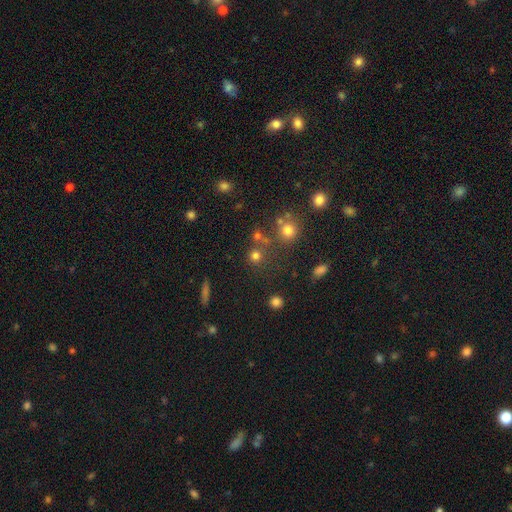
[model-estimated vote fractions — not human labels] Overall: smooth (73%). How rounded: round (91%). Merging: none (70%).